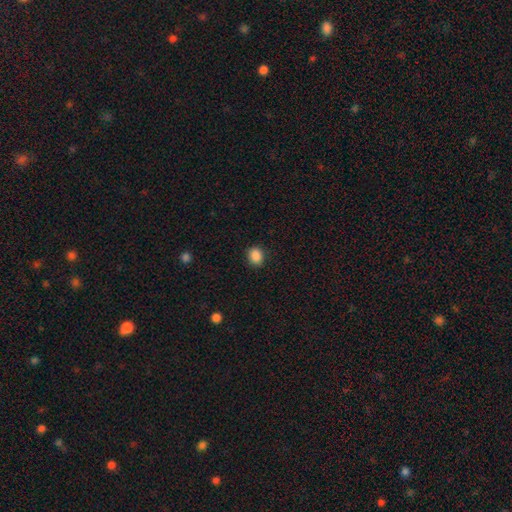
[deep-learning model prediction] Morphology: type=smooth (88%); roundness=round (61%); merging=none (88%).